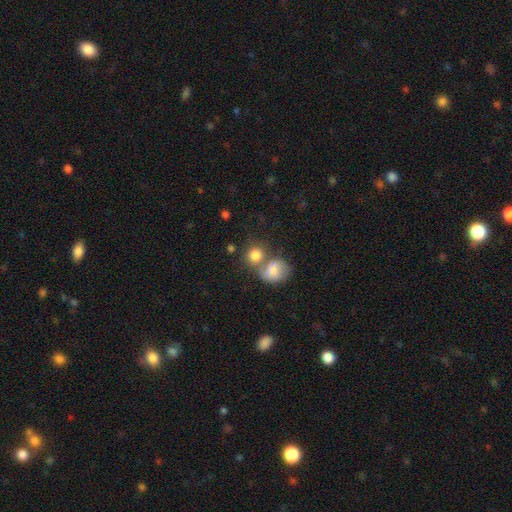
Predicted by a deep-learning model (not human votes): Smooth or featured: smooth — 81% (featured or disk — 11%)
How rounded: round — 76% (in between — 22%)
Merging: merger — 48% (none — 38%)